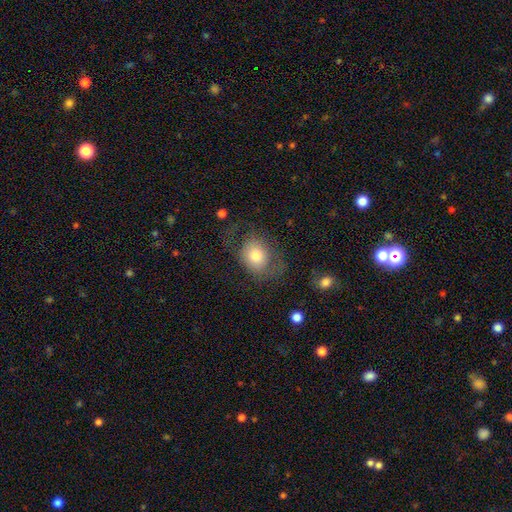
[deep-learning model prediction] Smooth or featured?
  - smooth: 69% *
  - featured or disk: 22%
  - star or artifact: 9%
How rounded?
  - round: 53% *
  - in between: 46%
  - cigar-shaped: 1%
Merging?
  - none: 44% *
  - major disturbance: 31%
  - minor disturbance: 23%
  - merger: 2%